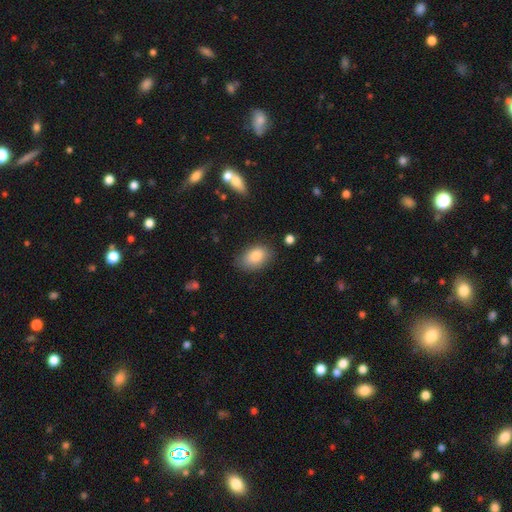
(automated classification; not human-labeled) Overall: smooth (84%). How rounded: in between (88%). Merging: none (77%).